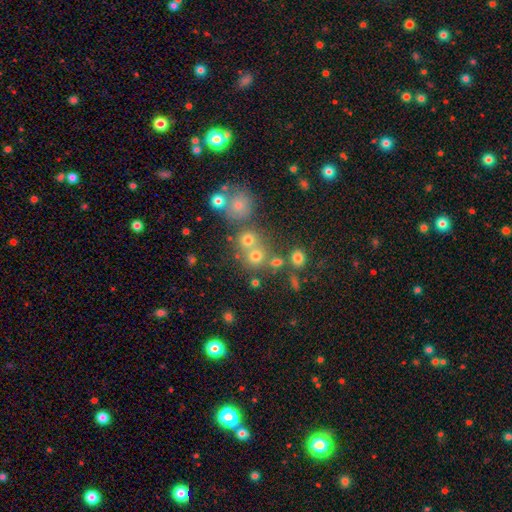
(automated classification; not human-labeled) smooth 68%, star or artifact 21%, featured or disk 11%. Down the decision tree: how rounded — round (87%); merging — none (58%).